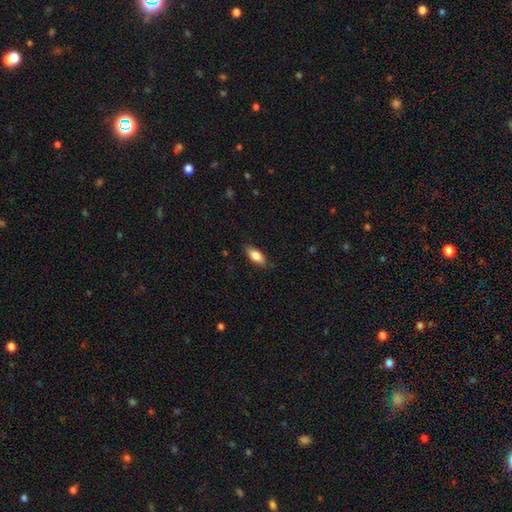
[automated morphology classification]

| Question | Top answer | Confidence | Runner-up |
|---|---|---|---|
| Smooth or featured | smooth | 81% | featured or disk (12%) |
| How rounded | in between | 82% | cigar-shaped (15%) |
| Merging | none | 84% | minor disturbance (13%) |